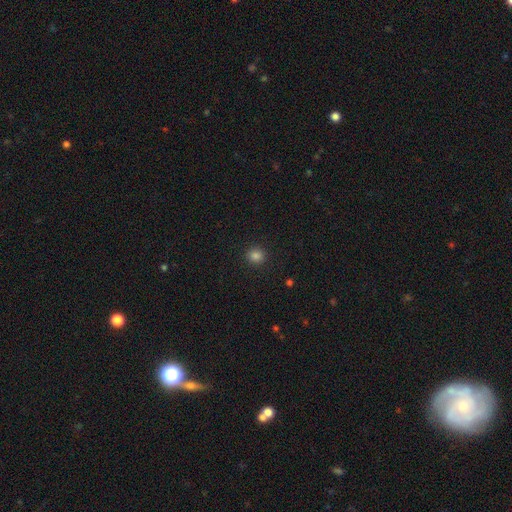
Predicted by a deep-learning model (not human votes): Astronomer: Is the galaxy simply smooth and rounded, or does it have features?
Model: smooth — 84%.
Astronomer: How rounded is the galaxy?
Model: round — 86%.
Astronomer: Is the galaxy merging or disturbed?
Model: none — 91%.